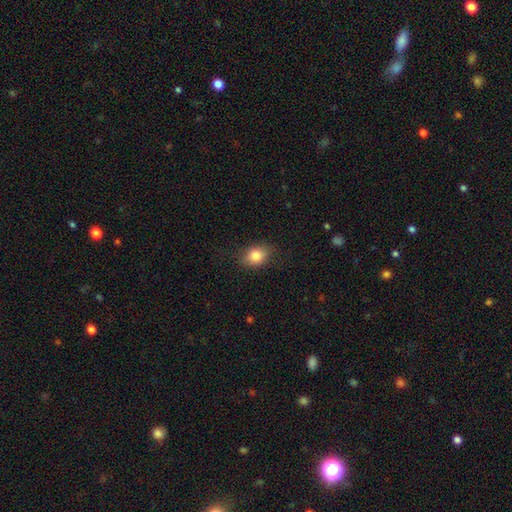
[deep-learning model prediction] Morphology: type=smooth (83%); roundness=in between (64%); merging=none (79%).